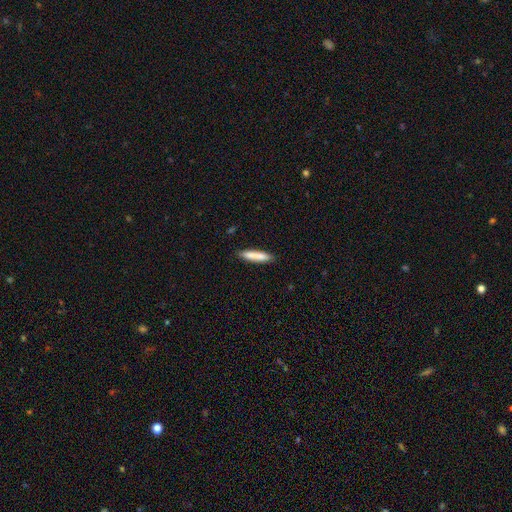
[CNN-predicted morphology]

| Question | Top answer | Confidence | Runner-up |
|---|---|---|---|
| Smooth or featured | smooth | 83% | featured or disk (11%) |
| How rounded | cigar-shaped | 85% | in between (14%) |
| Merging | none | 87% | minor disturbance (10%) |